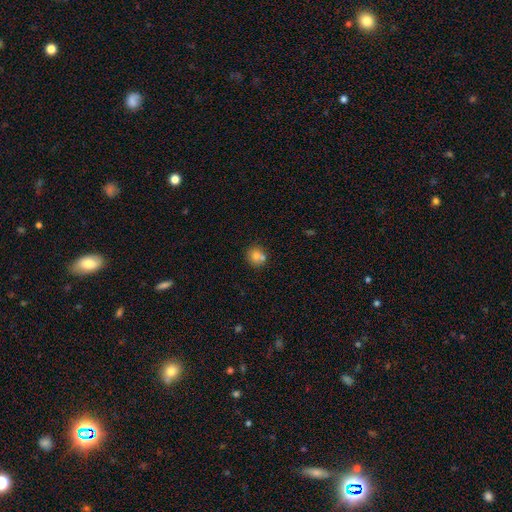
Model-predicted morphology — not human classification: The model was most divided on "merging": none: 60%, merger: 27%, minor disturbance: 11%, major disturbance: 3%. More confident: how rounded — round (85%); smooth or featured — smooth (77%).